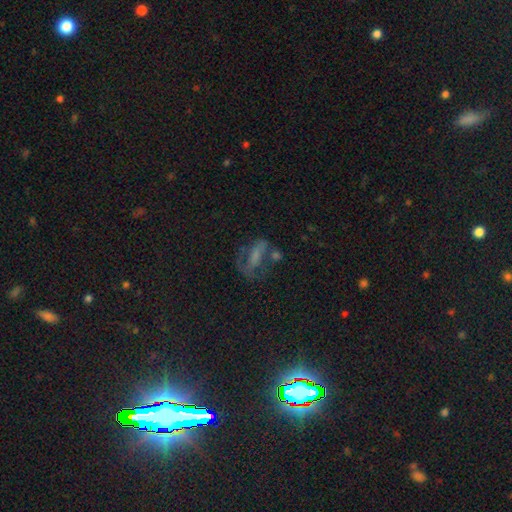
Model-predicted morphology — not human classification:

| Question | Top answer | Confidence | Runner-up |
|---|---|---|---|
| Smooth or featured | featured or disk | 41% | smooth (34%) |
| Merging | none | 34% | major disturbance (33%) |